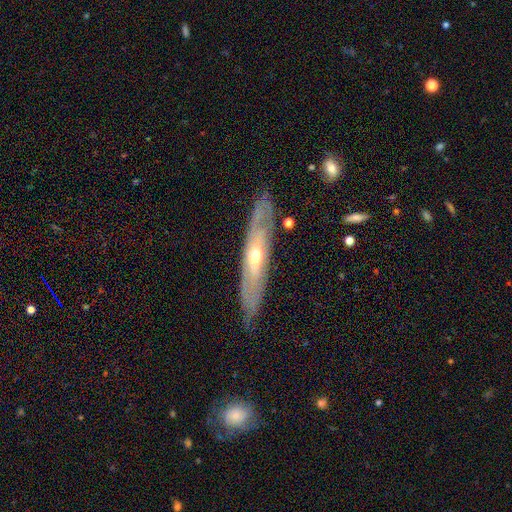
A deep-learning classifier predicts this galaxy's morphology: Smooth or featured? Predicted: featured or disk (p=0.73). Edge-on disk? Predicted: no (p=0.53). Merging? Predicted: none (p=0.80).